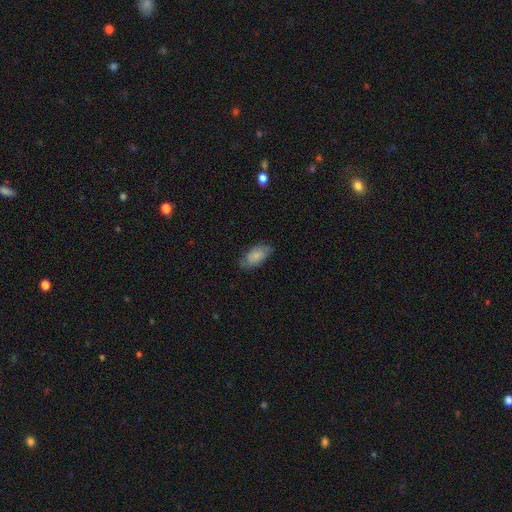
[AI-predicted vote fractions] smooth 67%, featured or disk 26%, star or artifact 7%. Down the decision tree: how rounded — in between (93%); merging — none (74%).